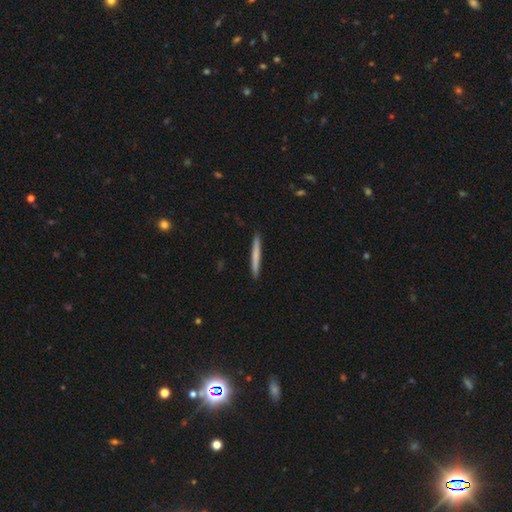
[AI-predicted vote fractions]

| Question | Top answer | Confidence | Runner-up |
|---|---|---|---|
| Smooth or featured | smooth | 69% | featured or disk (26%) |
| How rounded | cigar-shaped | 97% | in between (2%) |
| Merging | none | 92% | minor disturbance (6%) |